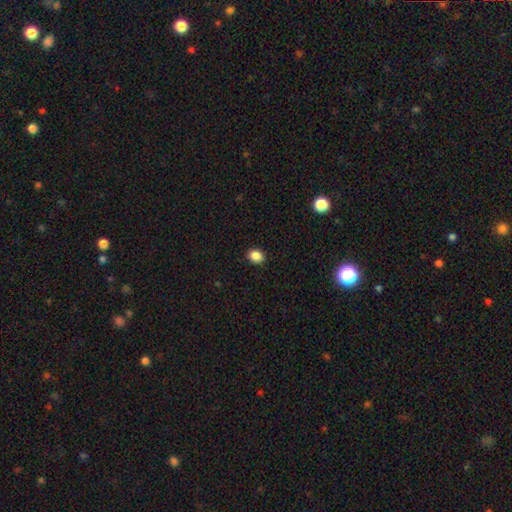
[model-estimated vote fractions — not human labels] Smooth or featured?
  - smooth: 87% *
  - star or artifact: 10%
  - featured or disk: 3%
How rounded?
  - in between: 51% *
  - round: 48%
  - cigar-shaped: 1%
Merging?
  - none: 91% *
  - minor disturbance: 6%
  - major disturbance: 2%
  - merger: 1%